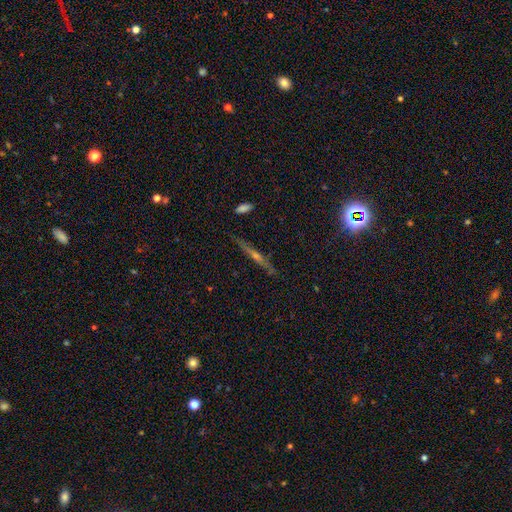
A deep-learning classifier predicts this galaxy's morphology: Smooth or featured: featured or disk — 68% (smooth — 19%)
Edge-on disk: yes — 96% (no — 4%)
Edge-on bulge: rounded — 75% (none — 18%)
Merging: none — 88% (minor disturbance — 9%)